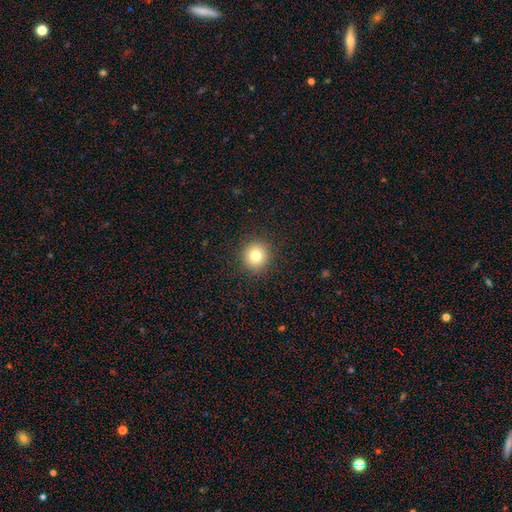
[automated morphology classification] smooth 78%, star or artifact 12%, featured or disk 9%. Down the decision tree: how rounded — round (93%); merging — none (91%).